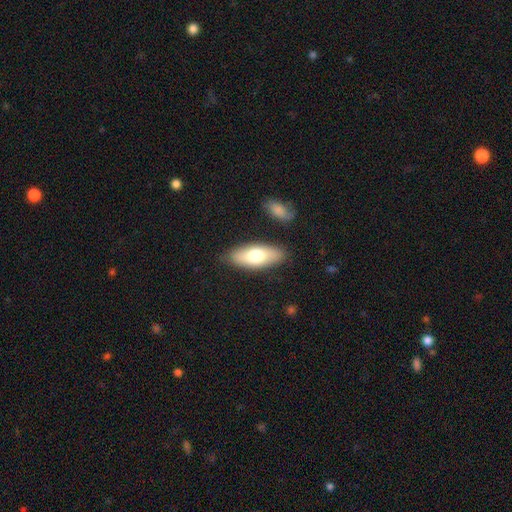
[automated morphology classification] This is likely a smooth galaxy (70%). How rounded: likely in between (78%). Merging: clearly none (84%).